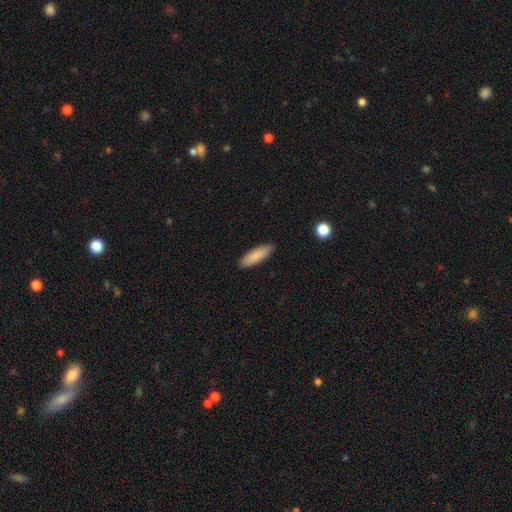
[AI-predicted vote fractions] The model was most divided on "how rounded": cigar-shaped: 52%, in between: 46%, round: 1%. More confident: merging — none (90%); smooth or featured — smooth (87%).